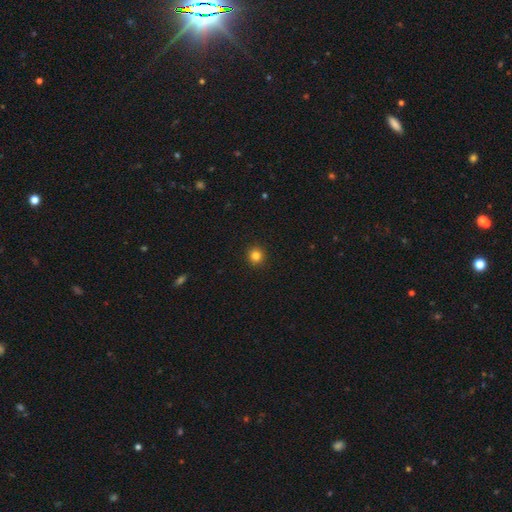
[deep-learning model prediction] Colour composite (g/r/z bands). It shows a smooth galaxy with no disk features (84%) that is round (94%). Merging: none (93%).